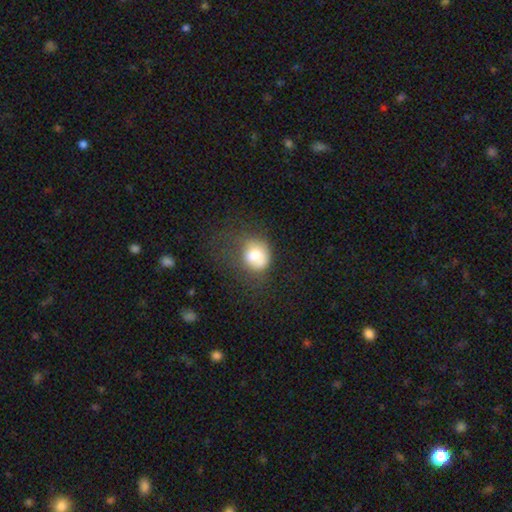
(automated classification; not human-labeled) smooth_or_featured: smooth (p=0.76) [alt: featured or disk p=0.13]
how_rounded: round (p=0.68) [alt: in between p=0.32]
merging: none (p=0.49) [alt: minor disturbance p=0.26]